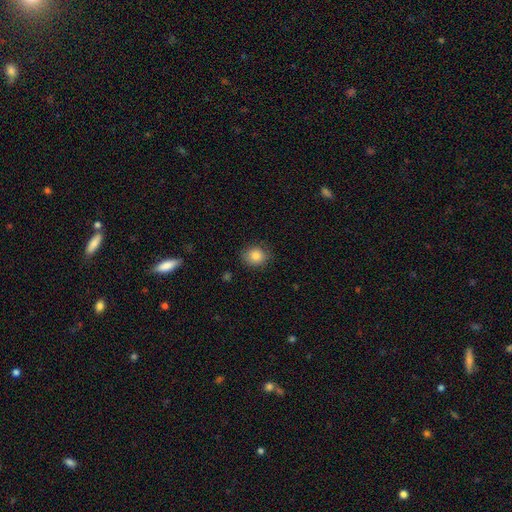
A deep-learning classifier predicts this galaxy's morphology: A smooth galaxy with no disk features (83%) that is round (72%).

Vote fractions:
- Smooth or featured? smooth: 83% / star or artifact: 10% / featured or disk: 7%
- How rounded? round: 72% / in between: 27% / cigar-shaped: 1%
- Merging? none: 85% / minor disturbance: 12% / major disturbance: 3% / merger: 1%